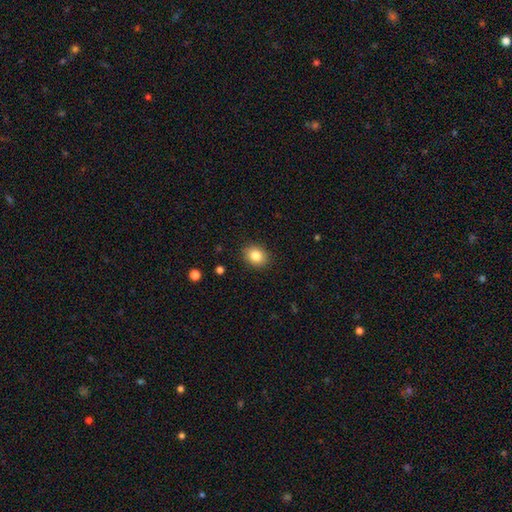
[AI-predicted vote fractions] The model was most divided on "how rounded": in between: 52%, round: 47%, cigar-shaped: 1%. More confident: merging — none (89%); smooth or featured — smooth (83%).